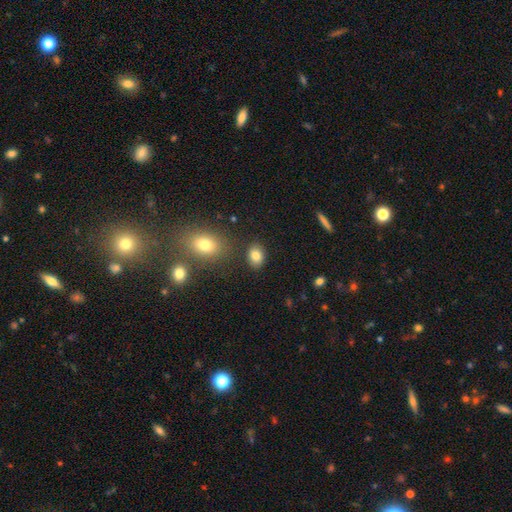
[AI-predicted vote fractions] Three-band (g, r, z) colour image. It shows a smooth galaxy with no disk features (83%) that is in between round and cigar-shaped (73%). Merging: none (84%).